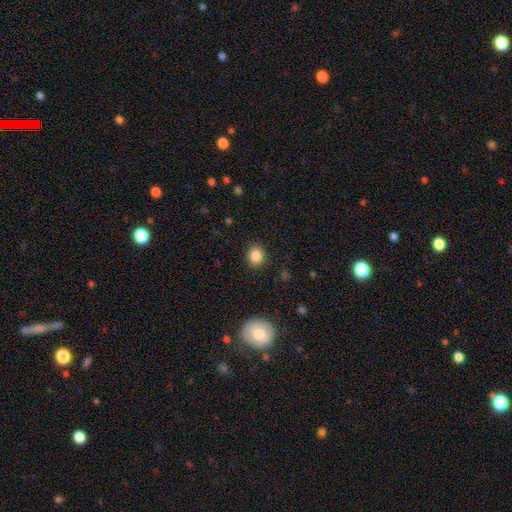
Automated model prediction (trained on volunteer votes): smooth_or_featured: smooth (p=0.86) [alt: star or artifact p=0.10]
how_rounded: round (p=0.65) [alt: in between p=0.34]
merging: none (p=0.89) [alt: minor disturbance p=0.08]